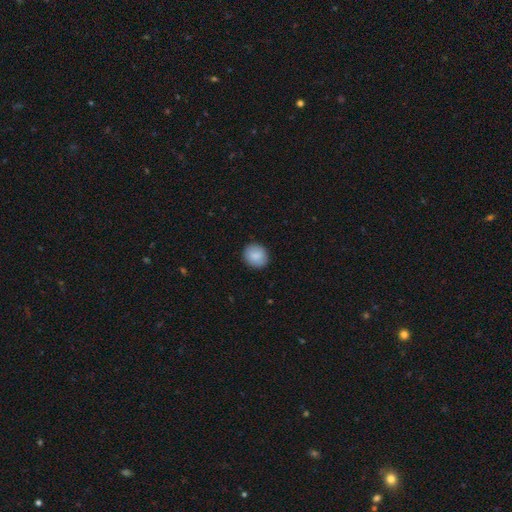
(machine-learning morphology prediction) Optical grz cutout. It shows a smooth galaxy with no disk features (85%) that is round (78%). Merging: none (89%).